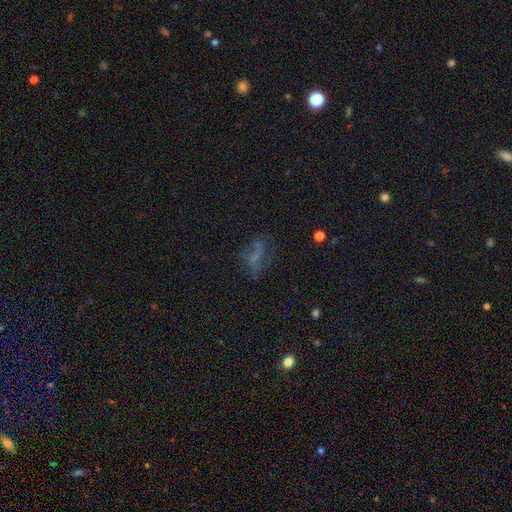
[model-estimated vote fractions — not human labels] A featured or disk galaxy (37%). Merging: none (47%).